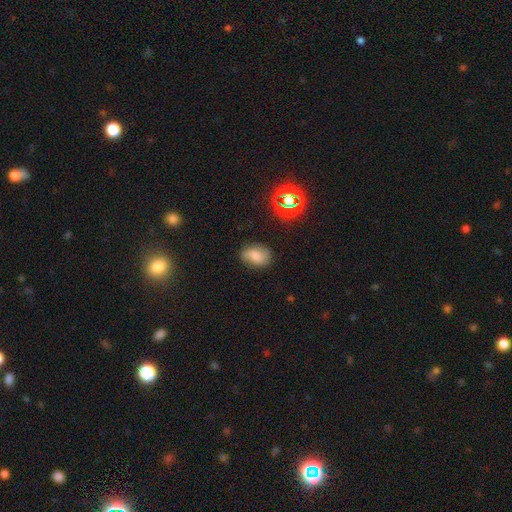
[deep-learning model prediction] A smooth galaxy with no disk features (52%) that is in between round and cigar-shaped (72%). Merging: none (72%).